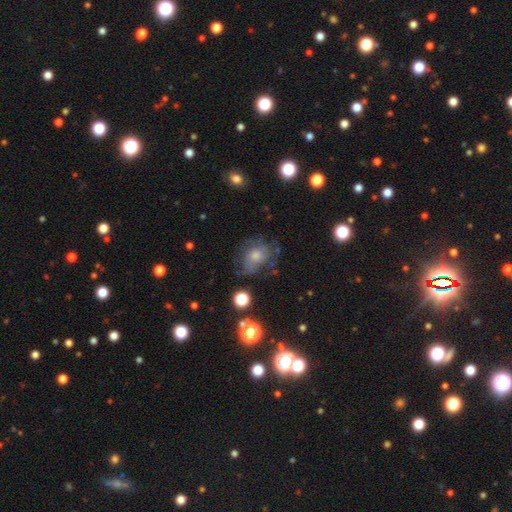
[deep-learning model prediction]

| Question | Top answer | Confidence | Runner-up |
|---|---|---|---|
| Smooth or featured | smooth | 53% | featured or disk (34%) |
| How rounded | round | 55% | in between (44%) |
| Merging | none | 50% | minor disturbance (26%) |